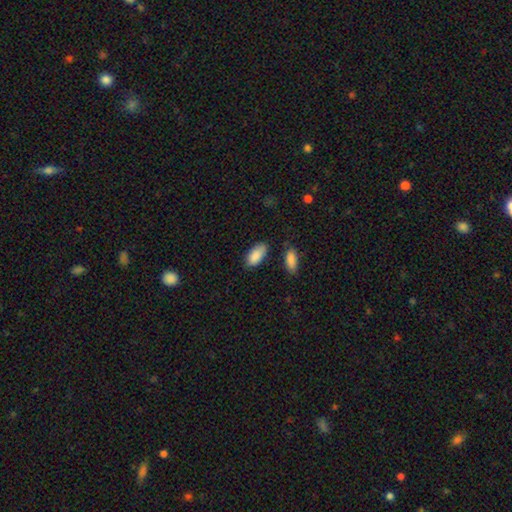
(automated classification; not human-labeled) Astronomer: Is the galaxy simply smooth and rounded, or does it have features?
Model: smooth — 88%.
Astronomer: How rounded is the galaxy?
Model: in between — 93%.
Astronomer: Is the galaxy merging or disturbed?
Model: none — 75%.